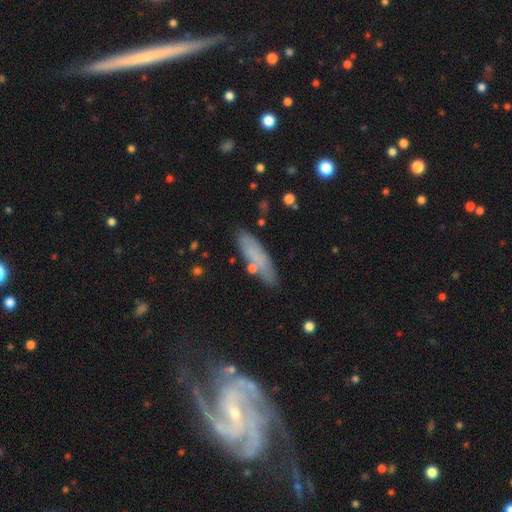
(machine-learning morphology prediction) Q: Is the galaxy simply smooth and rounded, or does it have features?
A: smooth — 69%.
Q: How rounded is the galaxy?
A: cigar-shaped — 60%.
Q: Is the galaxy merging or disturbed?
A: none — 79%.